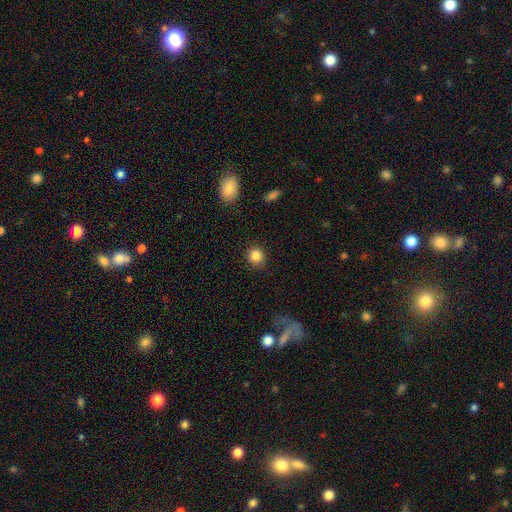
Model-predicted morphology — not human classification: smooth 86%, star or artifact 10%, featured or disk 4%. Down the decision tree: how rounded — round (87%); merging — none (86%).